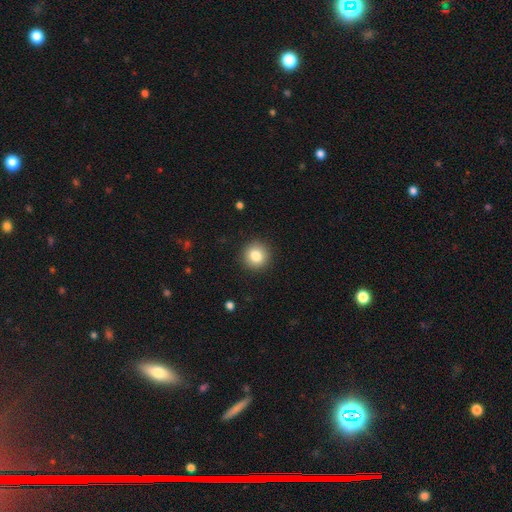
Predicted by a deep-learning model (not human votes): Smooth or featured? smooth (83%)
How rounded? round (93%)
Merging? none (92%)